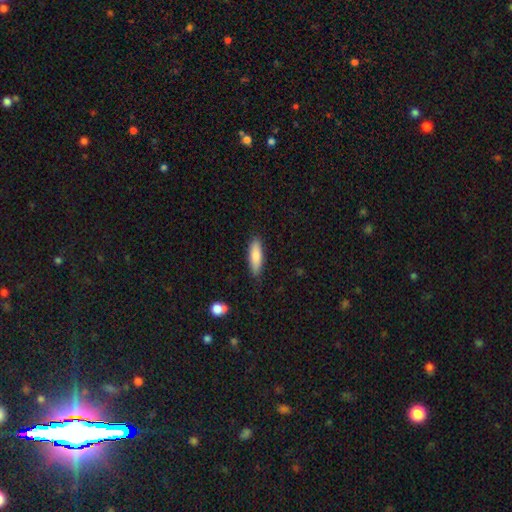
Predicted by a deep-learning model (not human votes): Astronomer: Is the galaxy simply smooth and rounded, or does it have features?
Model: smooth — 83%.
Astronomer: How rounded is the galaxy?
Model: cigar-shaped — 52% (runner-up: in between, 47%).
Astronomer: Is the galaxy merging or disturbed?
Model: none — 84%.